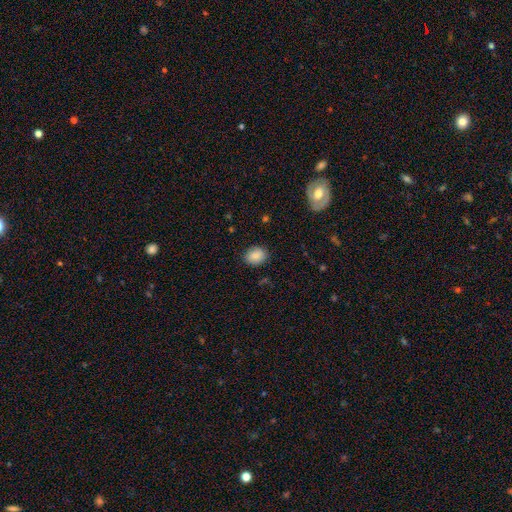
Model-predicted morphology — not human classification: smooth 87%, star or artifact 8%, featured or disk 5%. Down the decision tree: how rounded — round (51%); merging — none (86%).